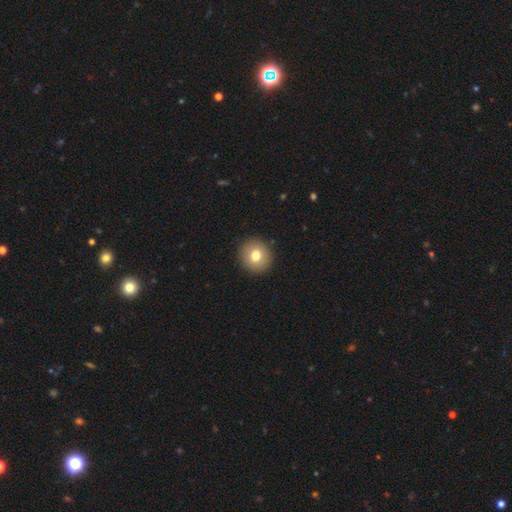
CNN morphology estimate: Overall: smooth (76%). How rounded: round (91%). Merging: none (92%).